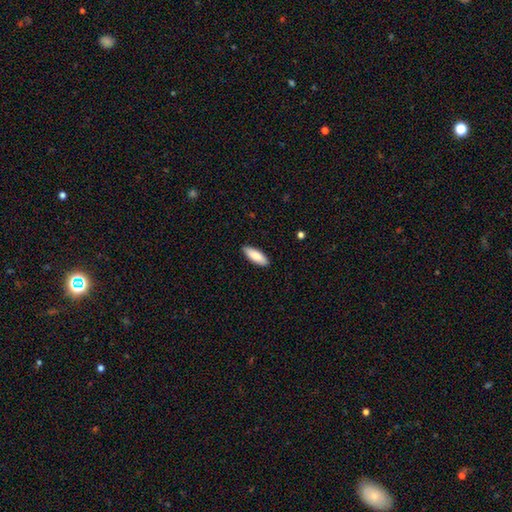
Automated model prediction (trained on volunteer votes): Smooth or featured? smooth (85%)
How rounded? in between (64%)
Merging? none (89%)